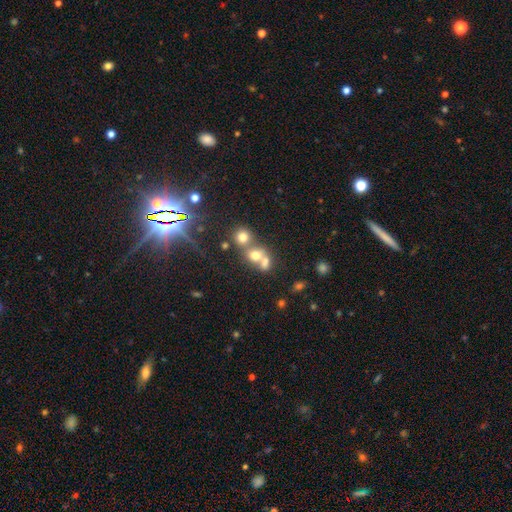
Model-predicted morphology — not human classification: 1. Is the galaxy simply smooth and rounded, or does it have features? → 65% smooth, 18% featured or disk, 17% star or artifact.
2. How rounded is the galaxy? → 65% round, 33% in between, 2% cigar-shaped.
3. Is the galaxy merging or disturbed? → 59% merger, 30% none, 7% minor disturbance, 5% major disturbance.